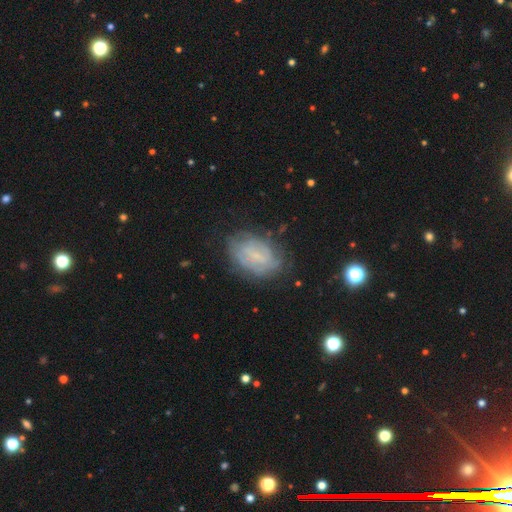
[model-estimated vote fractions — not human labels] Overall: featured or disk (60%; smooth 29%). Edge-on disk: no (96%). Bar: weak (45%; no 43%). Spiral arms: yes (75%). Bulge size: small (56%; none 30%). Merging: none (71%).